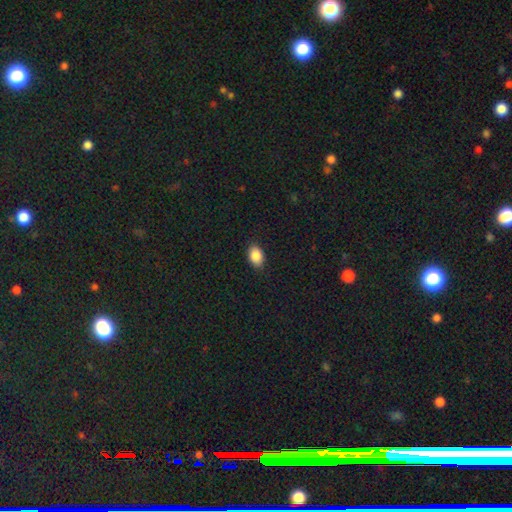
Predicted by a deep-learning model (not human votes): Smooth or featured? smooth (88%)
How rounded? in between (85%)
Merging? none (88%)